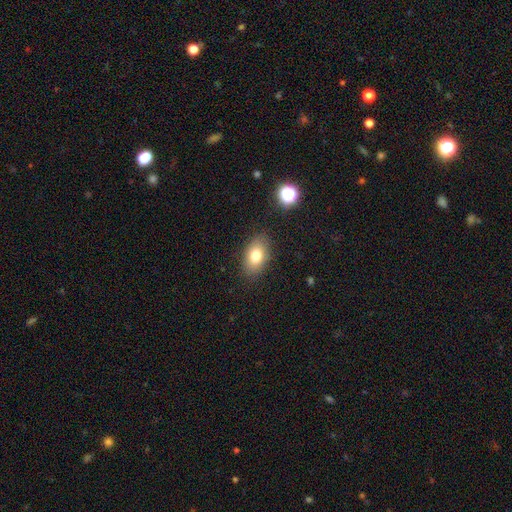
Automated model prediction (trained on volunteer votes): Morphology: type=smooth (77%); roundness=in between (86%); merging=none (85%).